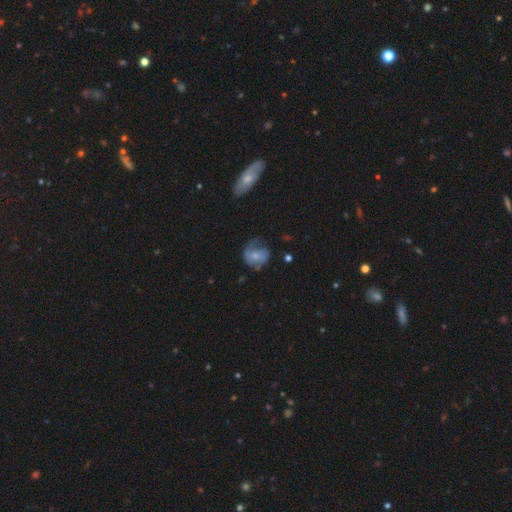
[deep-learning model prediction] smooth-or-featured: featured or disk: 47% | smooth: 44% | star or artifact: 8%
  merging: none: 42% | major disturbance: 28% | minor disturbance: 27% | merger: 2%